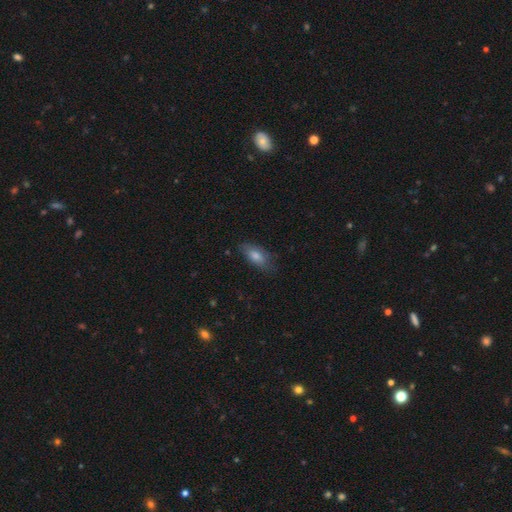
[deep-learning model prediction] Smooth or featured?
  - smooth: 68% *
  - featured or disk: 22%
  - star or artifact: 10%
How rounded?
  - in between: 81% *
  - cigar-shaped: 15%
  - round: 4%
Merging?
  - none: 73% *
  - minor disturbance: 20%
  - major disturbance: 5%
  - merger: 1%